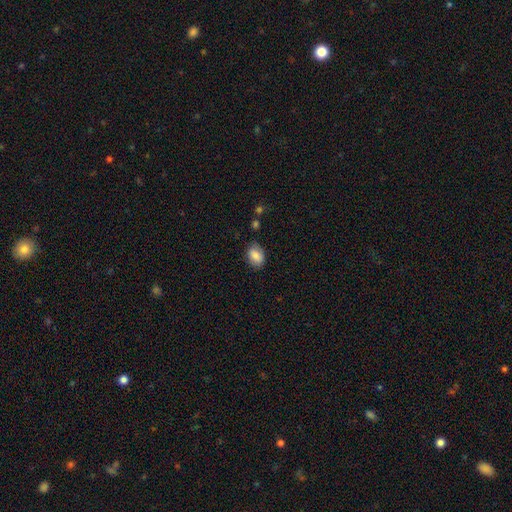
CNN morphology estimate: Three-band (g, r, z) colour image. It shows a smooth galaxy with no disk features (84%) that is in between round and cigar-shaped (79%). Merging: none (79%).